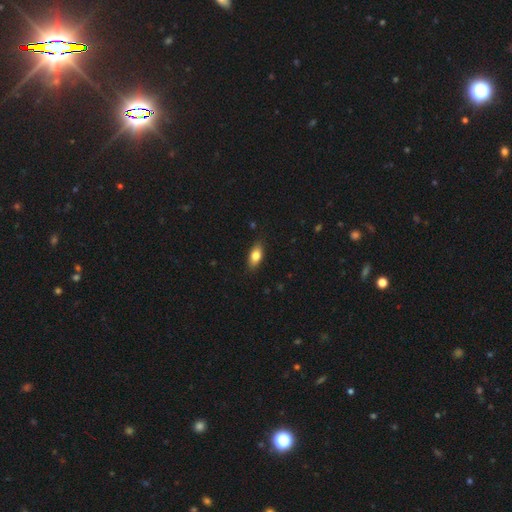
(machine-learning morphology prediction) Q: Smooth or featured?
A: smooth (78%); runner-up: featured or disk (15%)
Q: How rounded?
A: in between (85%); runner-up: cigar-shaped (10%)
Q: Merging?
A: none (86%); runner-up: minor disturbance (11%)